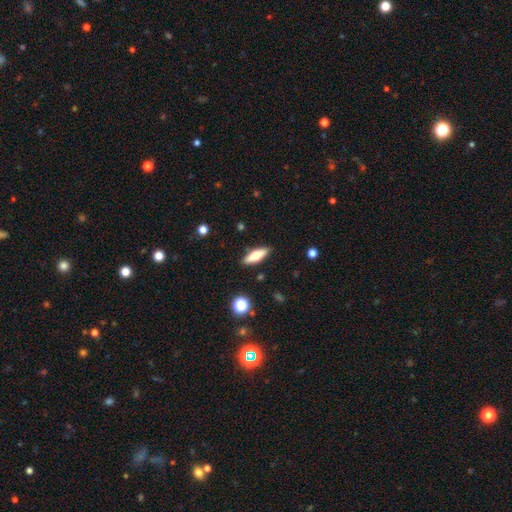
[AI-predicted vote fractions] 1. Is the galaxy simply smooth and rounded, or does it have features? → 57% smooth, 36% featured or disk, 7% star or artifact.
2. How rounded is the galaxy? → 49% in between, 48% cigar-shaped, 3% round.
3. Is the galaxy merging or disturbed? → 87% none, 9% minor disturbance, 2% major disturbance, 2% merger.